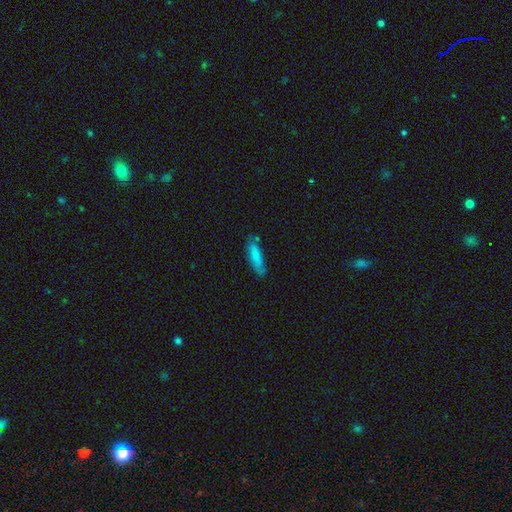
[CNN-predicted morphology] The model was most divided on "how rounded": cigar-shaped: 57%, in between: 41%, round: 2%. More confident: smooth or featured — smooth (82%); merging — none (75%).